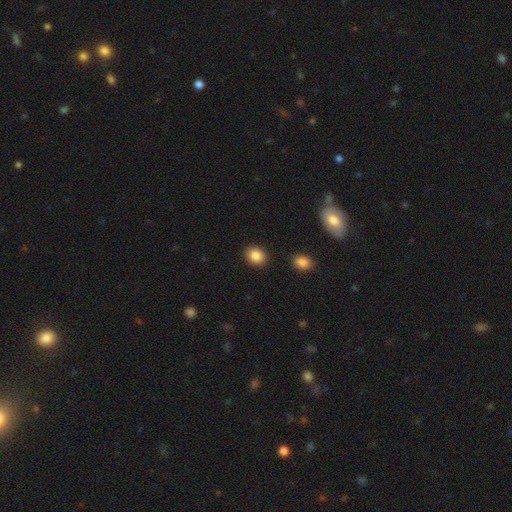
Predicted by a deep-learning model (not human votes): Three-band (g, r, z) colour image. It shows a smooth galaxy with no disk features (86%) that is round (55%). Merging: none (88%).